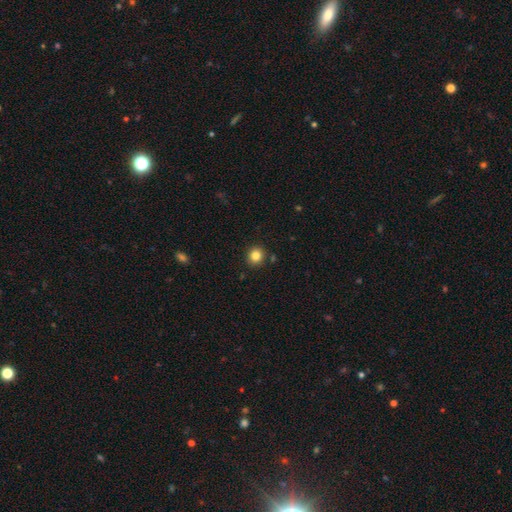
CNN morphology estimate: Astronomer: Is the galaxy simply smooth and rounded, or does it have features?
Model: smooth — 83%.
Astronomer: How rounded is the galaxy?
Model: round — 85%.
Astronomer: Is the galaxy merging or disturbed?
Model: none — 89%.